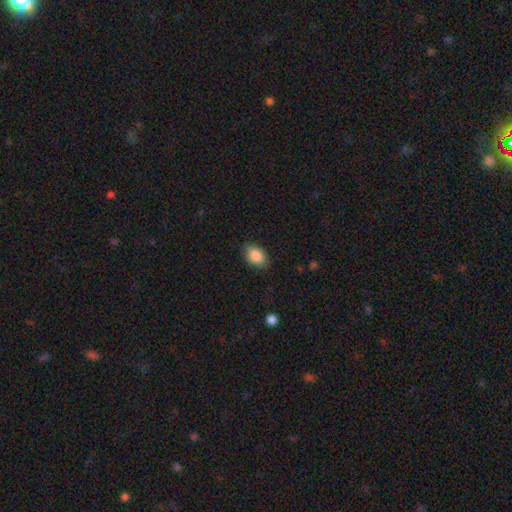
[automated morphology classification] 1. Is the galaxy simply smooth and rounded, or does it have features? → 87% smooth, 7% star or artifact, 6% featured or disk.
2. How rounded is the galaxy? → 86% in between, 12% round, 1% cigar-shaped.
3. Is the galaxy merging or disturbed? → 83% none, 13% minor disturbance, 3% major disturbance, 1% merger.